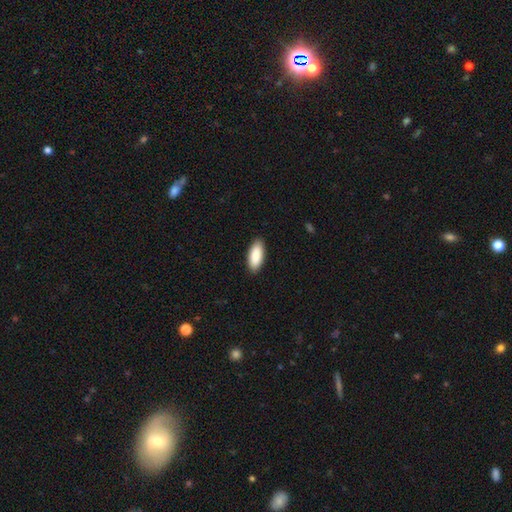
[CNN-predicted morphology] Overall: smooth (90%). How rounded: in between (85%). Merging: none (90%).